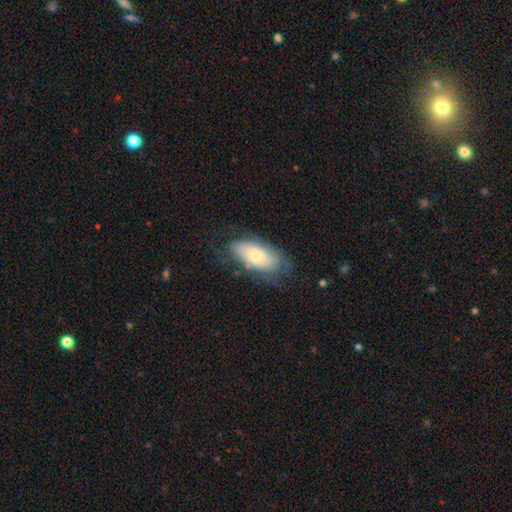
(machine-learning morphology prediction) smooth_or_featured: smooth (p=0.56) [alt: featured or disk p=0.37]
how_rounded: in between (p=0.90) [alt: cigar-shaped p=0.06]
merging: none (p=0.64) [alt: minor disturbance p=0.24]